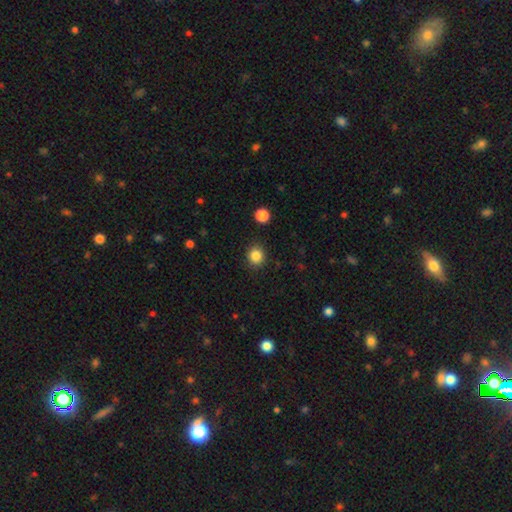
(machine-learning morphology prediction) Smooth or featured? Predicted: smooth (p=0.84). How rounded? Predicted: round (p=0.86). Merging? Predicted: none (p=0.90).